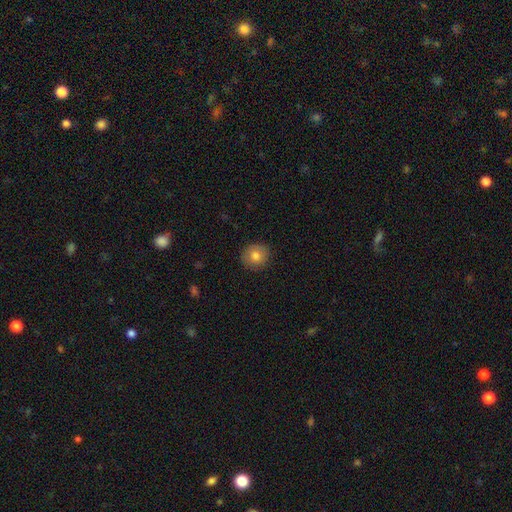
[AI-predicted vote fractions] This appears to be a smooth galaxy with no disk features (78%) that is round (87%). Merging: none (87%).